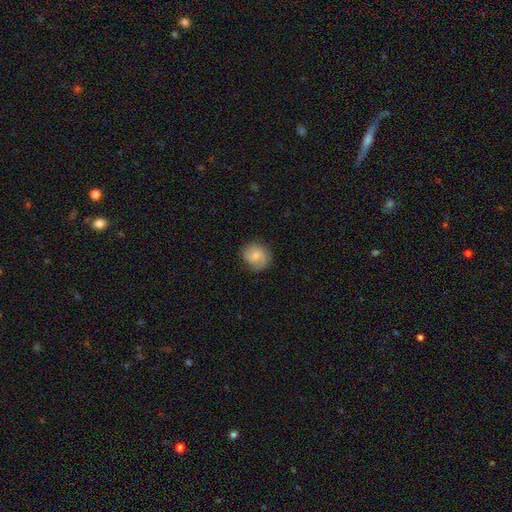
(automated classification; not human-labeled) smooth_or_featured: smooth (p=0.54) [alt: featured or disk p=0.39]
how_rounded: round (p=0.82) [alt: in between p=0.17]
merging: none (p=0.73) [alt: minor disturbance p=0.18]